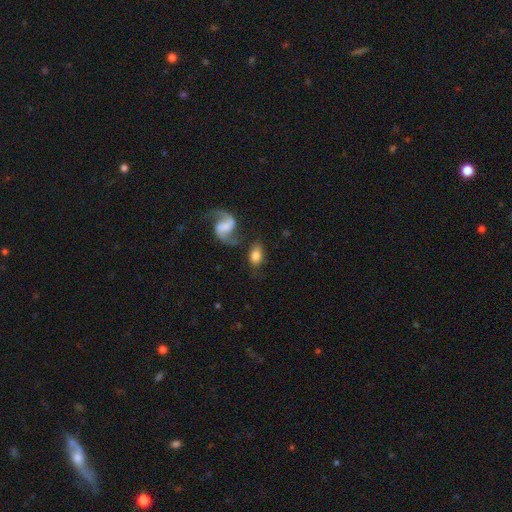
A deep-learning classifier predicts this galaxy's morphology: A smooth galaxy with no disk features (62%) that is in between round and cigar-shaped (82%). Merging: none (63%).